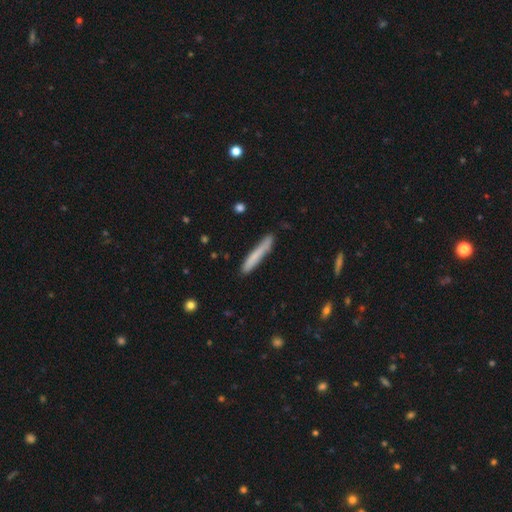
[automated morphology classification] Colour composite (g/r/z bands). It shows a smooth galaxy with no disk features (73%) that is cigar-shaped (95%). Merging: none (79%).